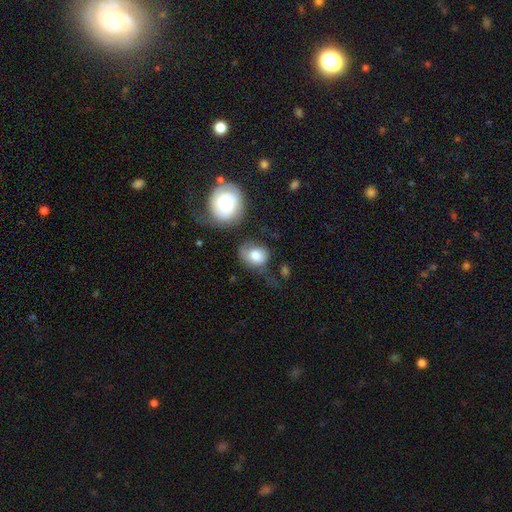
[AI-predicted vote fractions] Smooth or featured?
  - smooth: 77% *
  - featured or disk: 16%
  - star or artifact: 7%
How rounded?
  - round: 51% *
  - in between: 48%
  - cigar-shaped: 1%
Merging?
  - none: 36% *
  - minor disturbance: 27%
  - major disturbance: 26%
  - merger: 11%